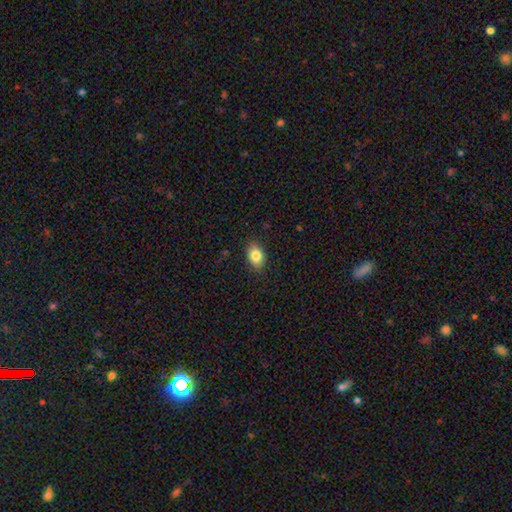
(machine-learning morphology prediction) A smooth galaxy with no disk features (84%) that is in between round and cigar-shaped (83%).

Vote fractions:
- Smooth or featured? smooth: 84% / star or artifact: 8% / featured or disk: 8%
- How rounded? in between: 83% / round: 16% / cigar-shaped: 1%
- Merging? none: 87% / minor disturbance: 10% / major disturbance: 2% / merger: 1%